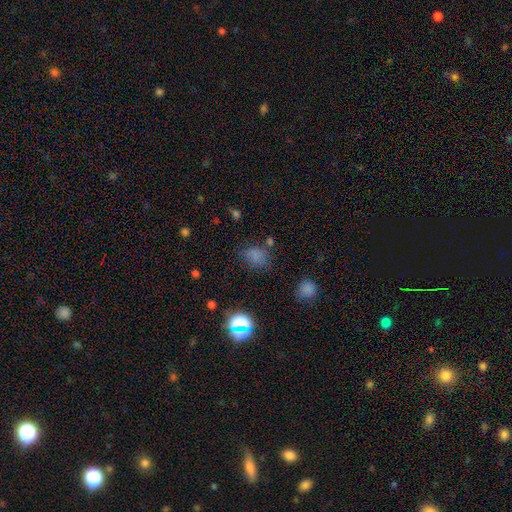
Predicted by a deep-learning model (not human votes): A smooth galaxy with no disk features (73%) that is in between round and cigar-shaped (57%). Merging: none (65%).